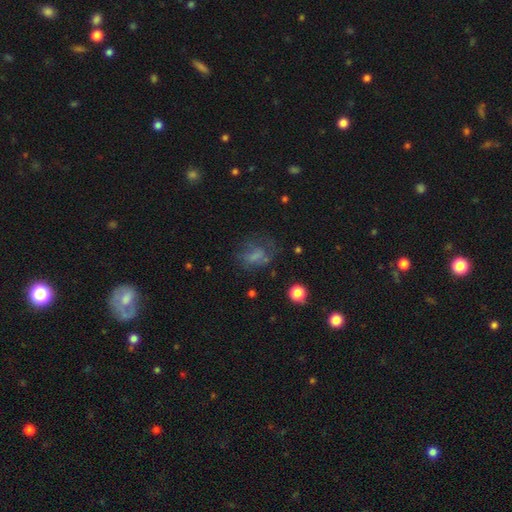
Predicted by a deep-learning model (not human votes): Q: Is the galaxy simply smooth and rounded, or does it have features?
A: smooth — 46%.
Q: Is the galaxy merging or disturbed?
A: none — 42%.